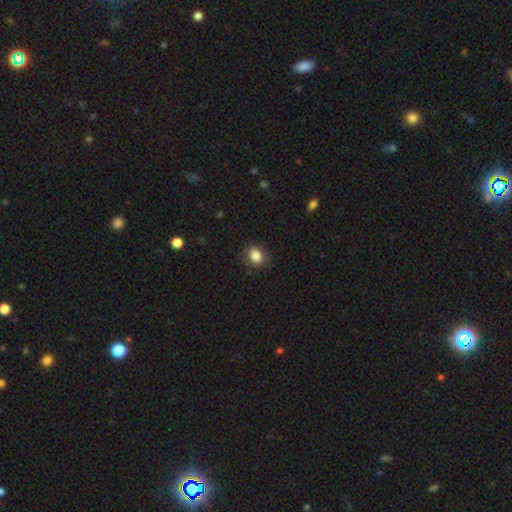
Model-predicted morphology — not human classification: This appears to be a smooth galaxy with no disk features (85%) that is in between round and cigar-shaped (52%). Merging: none (83%).